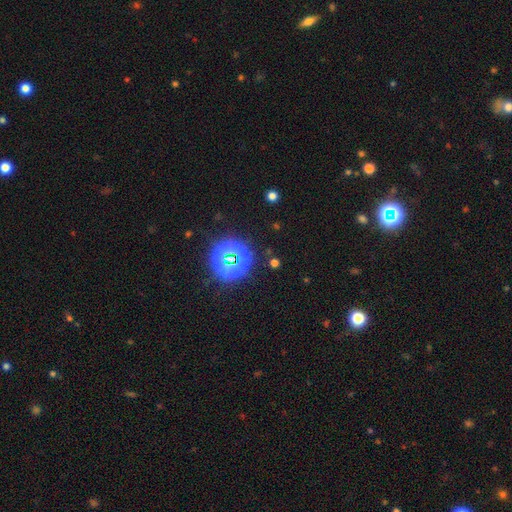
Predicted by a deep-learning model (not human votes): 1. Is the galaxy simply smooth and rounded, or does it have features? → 81% star or artifact, 12% smooth, 7% featured or disk.